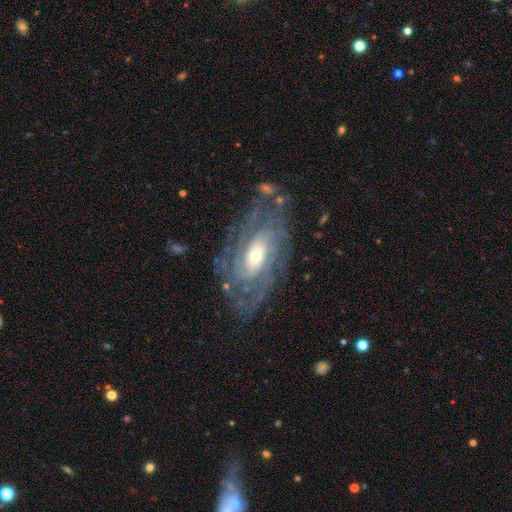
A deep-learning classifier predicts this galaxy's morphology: featured or disk 85%, smooth 9%, star or artifact 6%. Down the decision tree: edge-on disk — no (94%); bar — no (58%); spiral arms — yes (94%); spiral arm count — can't tell (37%); spiral winding — tight (67%); bulge size — moderate (48%); merging — none (72%).